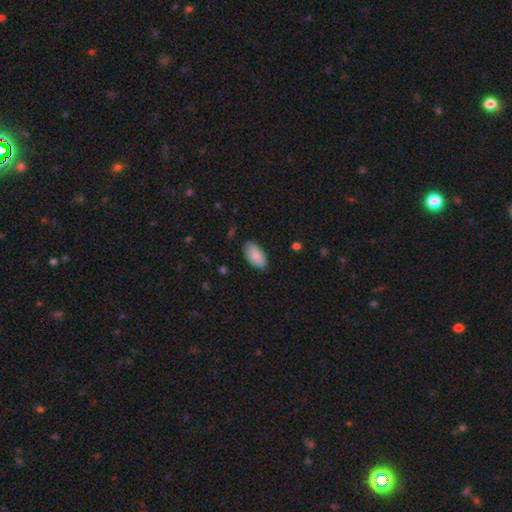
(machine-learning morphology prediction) Smooth or featured? smooth (88%)
How rounded? in between (95%)
Merging? none (84%)